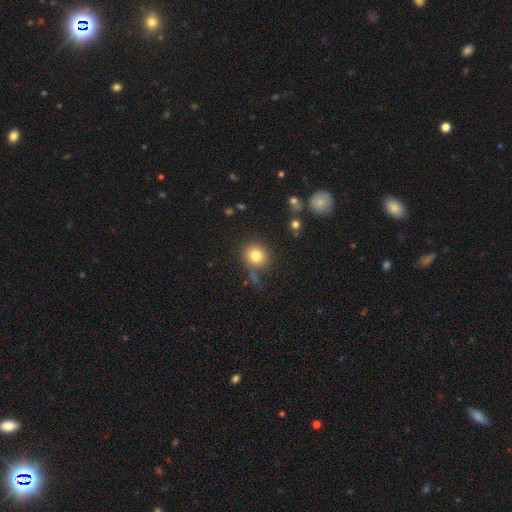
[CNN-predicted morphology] Q: Smooth or featured?
A: smooth (80%); runner-up: star or artifact (11%)
Q: How rounded?
A: round (85%); runner-up: in between (14%)
Q: Merging?
A: none (71%); runner-up: minor disturbance (15%)